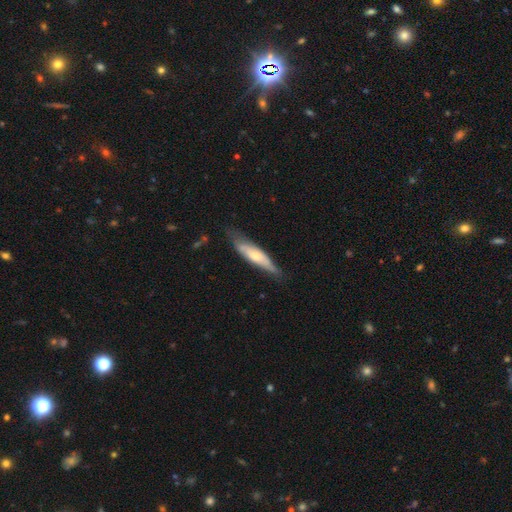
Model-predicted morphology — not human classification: Overall: smooth (49%; featured or disk 46%). Merging: none (63%; minor disturbance 27%).